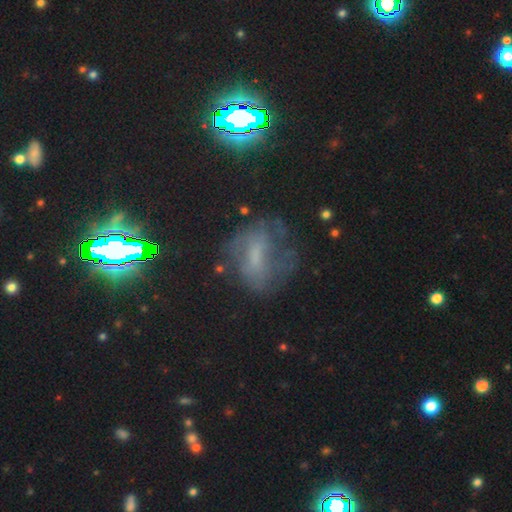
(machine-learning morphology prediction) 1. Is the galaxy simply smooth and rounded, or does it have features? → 42% featured or disk, 30% star or artifact, 28% smooth.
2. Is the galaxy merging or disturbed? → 55% none, 21% major disturbance, 21% minor disturbance, 3% merger.